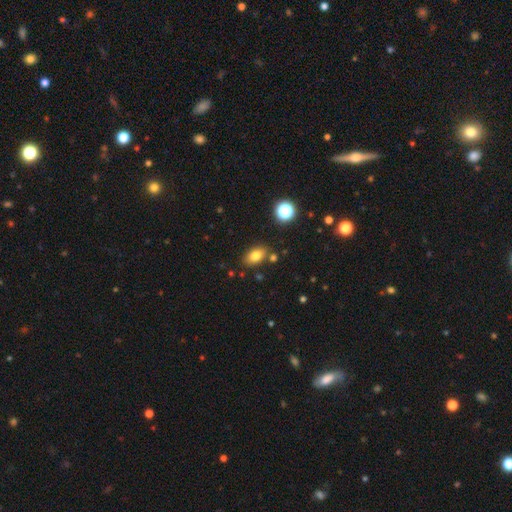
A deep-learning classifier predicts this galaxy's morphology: Smooth or featured?
  - smooth: 79% *
  - star or artifact: 11%
  - featured or disk: 9%
How rounded?
  - in between: 86% *
  - round: 12%
  - cigar-shaped: 2%
Merging?
  - none: 82% *
  - minor disturbance: 11%
  - merger: 5%
  - major disturbance: 3%